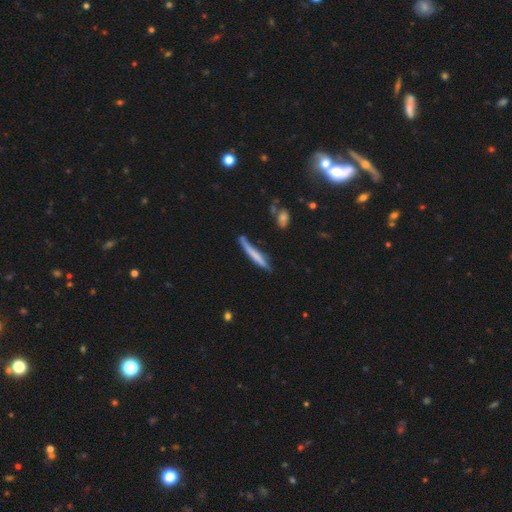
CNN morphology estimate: A smooth galaxy with no disk features (61%) that is cigar-shaped (95%). Merging: none (64%).